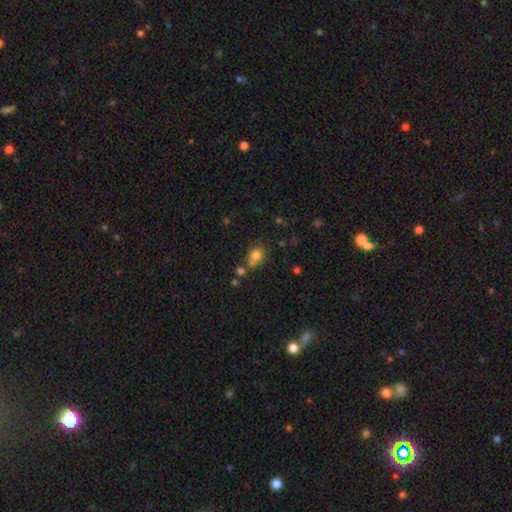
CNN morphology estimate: Smooth or featured? Predicted: smooth (p=0.79). How rounded? Predicted: round (p=0.52). Merging? Predicted: none (p=0.54).